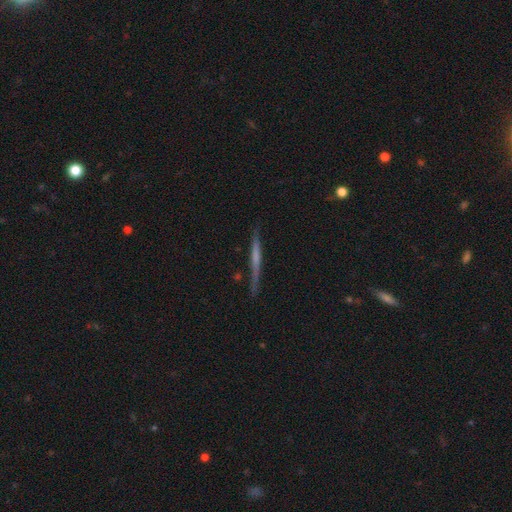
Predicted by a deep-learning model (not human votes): featured or disk 63%, smooth 25%, star or artifact 12%. Down the decision tree: edge-on disk — yes (95%); edge-on bulge — rounded (45%); merging — none (85%).